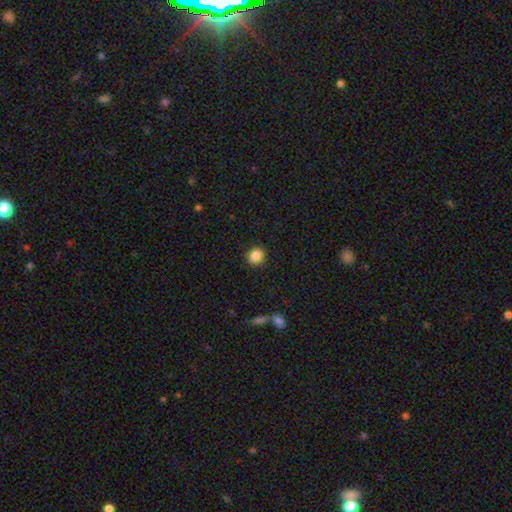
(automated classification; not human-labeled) Smooth or featured?
  - smooth: 87% *
  - star or artifact: 9%
  - featured or disk: 3%
How rounded?
  - round: 81% *
  - in between: 18%
  - cigar-shaped: 1%
Merging?
  - none: 90% *
  - minor disturbance: 6%
  - major disturbance: 2%
  - merger: 1%